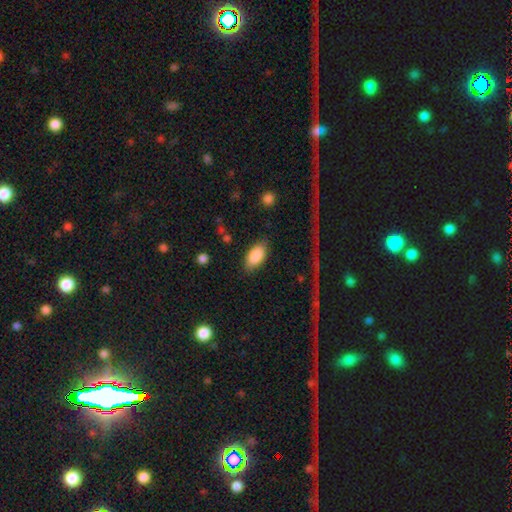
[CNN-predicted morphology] The model was most divided on "merging": none: 82%, minor disturbance: 12%, major disturbance: 3%, merger: 2%. More confident: how rounded — in between (93%); smooth or featured — smooth (88%).